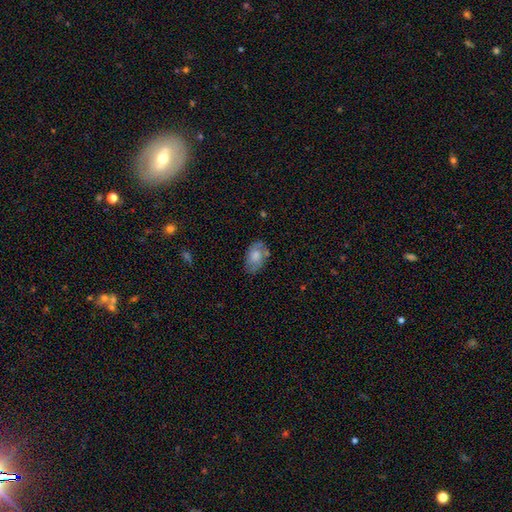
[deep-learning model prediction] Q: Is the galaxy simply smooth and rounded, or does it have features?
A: smooth — 71%.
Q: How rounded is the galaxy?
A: in between — 91%.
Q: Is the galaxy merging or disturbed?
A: none — 64%.